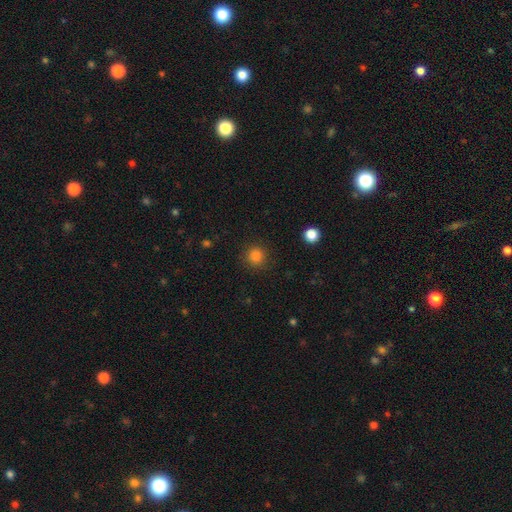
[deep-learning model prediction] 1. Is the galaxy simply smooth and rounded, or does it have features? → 84% smooth, 13% star or artifact, 4% featured or disk.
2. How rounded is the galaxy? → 92% round, 7% in between, 1% cigar-shaped.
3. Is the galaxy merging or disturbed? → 89% none, 7% minor disturbance, 3% major disturbance, 1% merger.